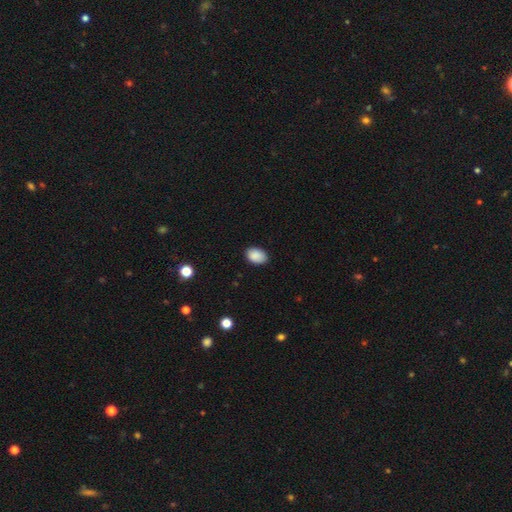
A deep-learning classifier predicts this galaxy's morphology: This is clearly a smooth galaxy (89%). How rounded: clearly in between (84%). Merging: clearly none (84%).